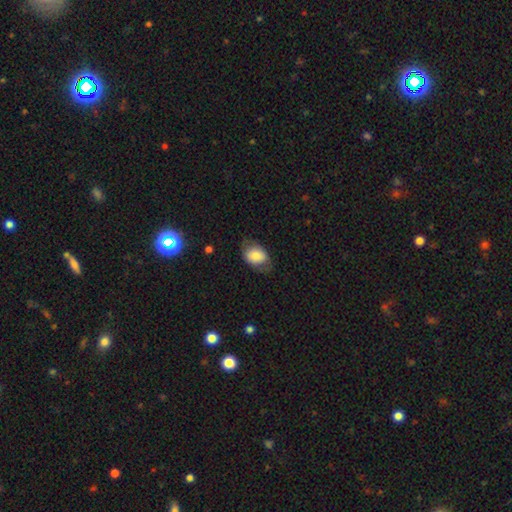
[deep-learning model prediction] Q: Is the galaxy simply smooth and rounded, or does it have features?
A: smooth — 73%.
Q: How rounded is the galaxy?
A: in between — 78%.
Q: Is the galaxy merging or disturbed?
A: none — 66%.